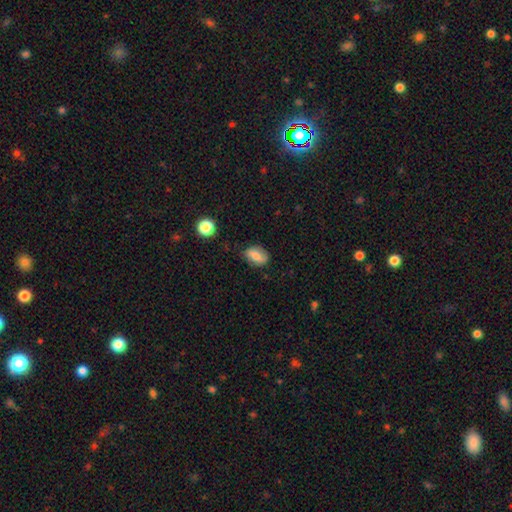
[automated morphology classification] Q: Smooth or featured?
A: smooth (65%); runner-up: featured or disk (26%)
Q: How rounded?
A: in between (83%); runner-up: round (15%)
Q: Merging?
A: none (70%); runner-up: minor disturbance (22%)